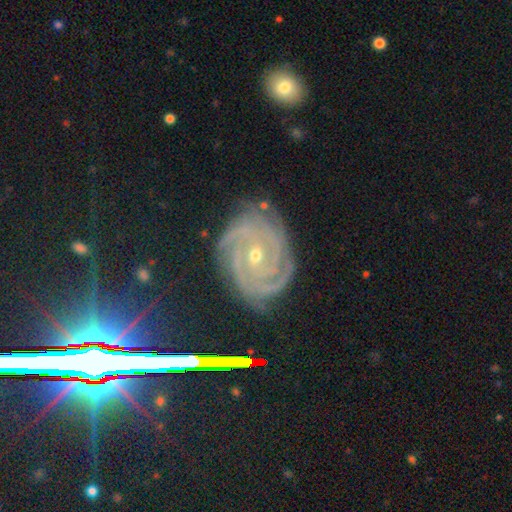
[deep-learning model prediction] smooth_or_featured: featured or disk (p=0.90) [alt: star or artifact p=0.07]
disk_edge_on: no (p=0.97) [alt: yes p=0.03]
bar: no (p=0.47) [alt: weak p=0.36]
has_spiral_arms: yes (p=0.99) [alt: no p=0.01]
spiral_winding: tight (p=0.81) [alt: medium p=0.16]
spiral_arm_count: 3 (p=0.29) [alt: 4 p=0.28]
bulge_size: small (p=0.64) [alt: moderate p=0.33]
merging: none (p=0.78) [alt: minor disturbance p=0.16]